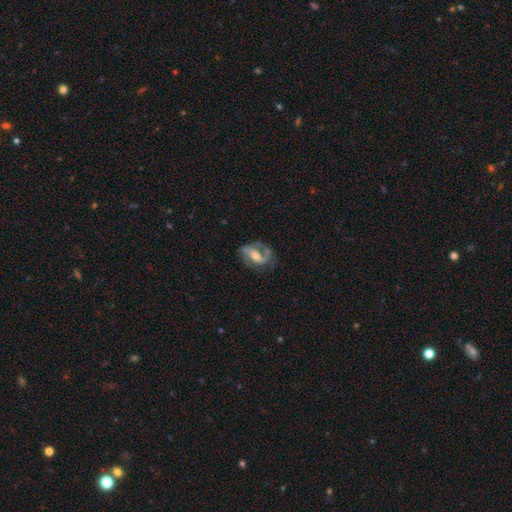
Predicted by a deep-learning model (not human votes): This is clearly a featured or disk galaxy (81%). It is clearly not viewed edge-on (96%). Bar: marginally strong (38%). Spiral arm pattern: clearly yes (92%). Spiral arm count: likely 2 (74%). Spiral winding: marginally medium (45%). Central bulge: possibly moderate (60%). Merging: possibly none (59%).